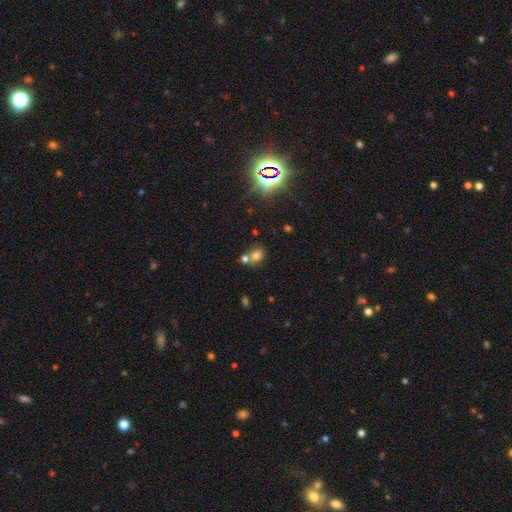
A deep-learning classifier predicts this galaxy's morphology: A smooth galaxy with no disk features (72%) that is in between round and cigar-shaped (60%).

Vote fractions:
- Smooth or featured? smooth: 72% / star or artifact: 17% / featured or disk: 11%
- How rounded? in between: 60% / round: 38% / cigar-shaped: 2%
- Merging? none: 45% / merger: 40% / minor disturbance: 11% / major disturbance: 4%